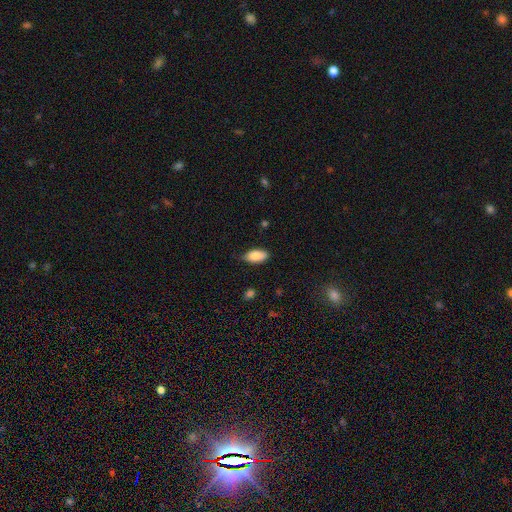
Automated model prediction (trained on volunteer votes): smooth_or_featured: smooth (p=0.85) [alt: featured or disk p=0.08]
how_rounded: in between (p=0.90) [alt: cigar-shaped p=0.07]
merging: none (p=0.78) [alt: minor disturbance p=0.18]